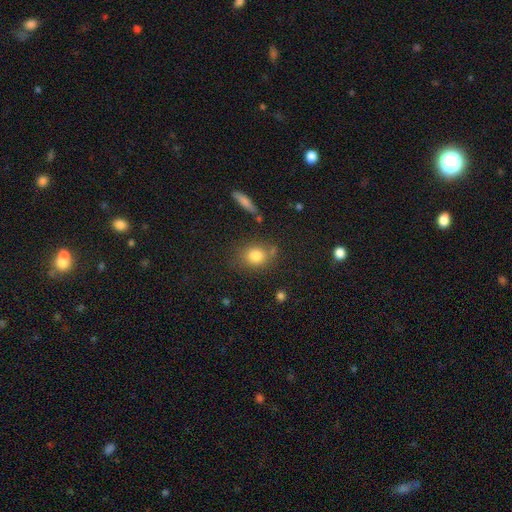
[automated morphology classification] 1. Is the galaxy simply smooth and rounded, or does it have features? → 79% smooth, 11% star or artifact, 10% featured or disk.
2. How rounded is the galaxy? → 51% round, 46% in between, 2% cigar-shaped.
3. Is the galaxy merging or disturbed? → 71% none, 16% minor disturbance, 8% merger, 6% major disturbance.